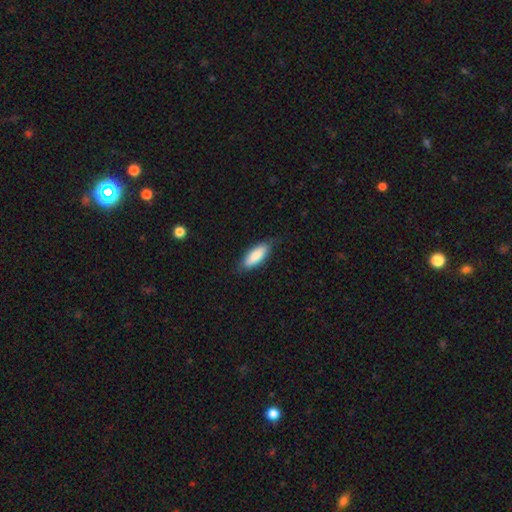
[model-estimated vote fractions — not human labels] smooth-or-featured: smooth: 86% | featured or disk: 9% | star or artifact: 5%
  how-rounded: in between: 70% | cigar-shaped: 28% | round: 2%
  merging: none: 78% | minor disturbance: 17% | major disturbance: 3% | merger: 1%